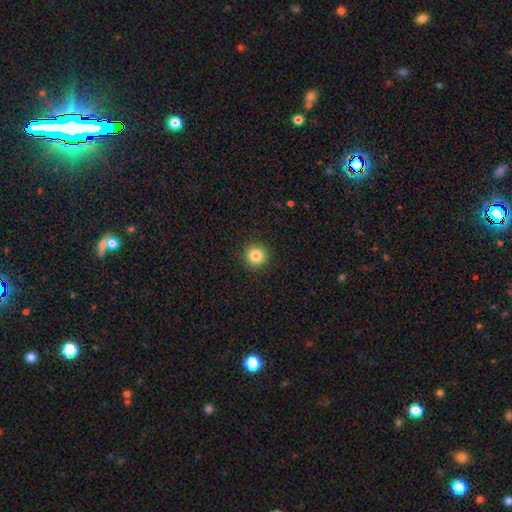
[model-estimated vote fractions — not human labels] smooth_or_featured: smooth (p=0.84) [alt: star or artifact p=0.11]
how_rounded: round (p=0.95) [alt: in between p=0.04]
merging: none (p=0.93) [alt: minor disturbance p=0.05]